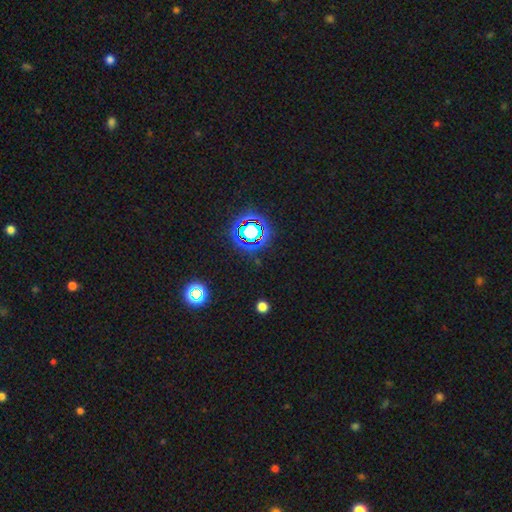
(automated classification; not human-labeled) A star or artifact, not a galaxy (77%).

Vote fractions:
- Smooth or featured? star or artifact: 77% / smooth: 16% / featured or disk: 7%